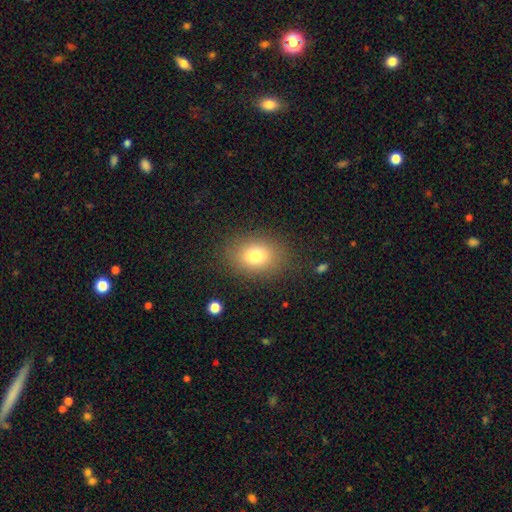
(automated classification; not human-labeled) Smooth or featured: smooth — 77% (star or artifact — 12%)
How rounded: in between — 63% (round — 36%)
Merging: none — 85% (minor disturbance — 10%)